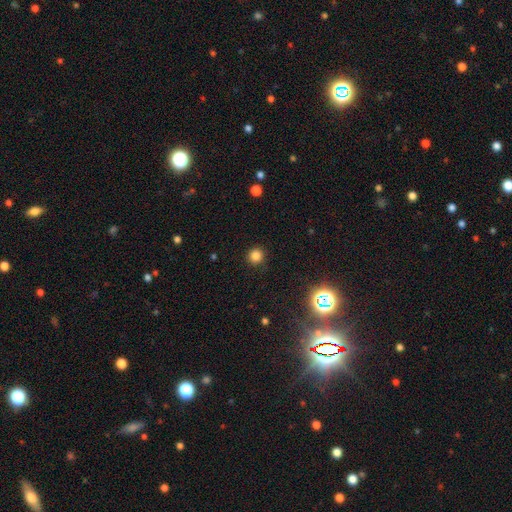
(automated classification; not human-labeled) Smooth or featured?
  - smooth: 82% *
  - star or artifact: 15%
  - featured or disk: 4%
How rounded?
  - round: 94% *
  - in between: 5%
  - cigar-shaped: 1%
Merging?
  - none: 91% *
  - minor disturbance: 6%
  - major disturbance: 2%
  - merger: 1%